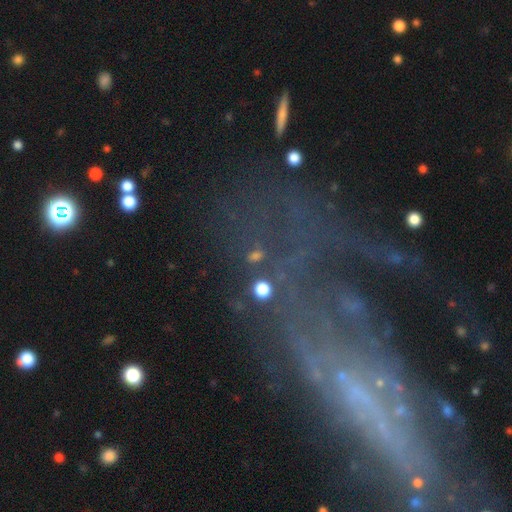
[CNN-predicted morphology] A featured or disk galaxy (48%). Merging: none (54%).